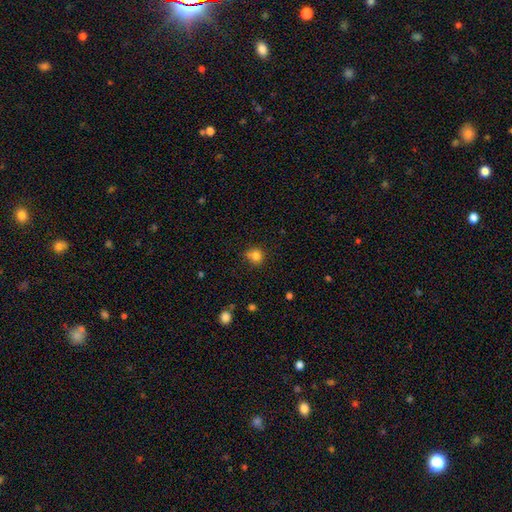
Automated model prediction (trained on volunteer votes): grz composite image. It shows a smooth galaxy with no disk features (81%) that is round (84%). Merging: none (69%).